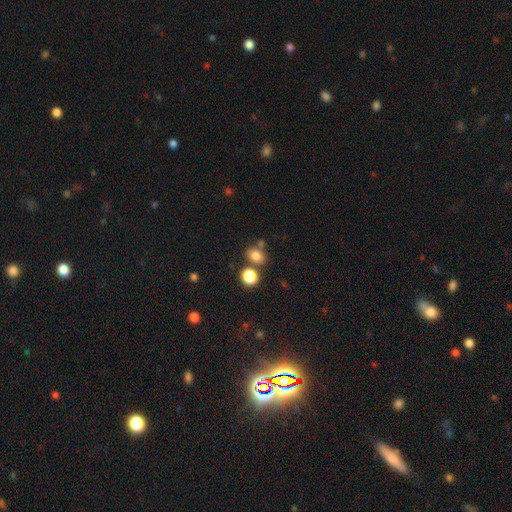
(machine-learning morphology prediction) Smooth or featured?
  - smooth: 81% *
  - star or artifact: 13%
  - featured or disk: 6%
How rounded?
  - in between: 53% *
  - round: 46%
  - cigar-shaped: 1%
Merging?
  - none: 66% *
  - merger: 20%
  - minor disturbance: 11%
  - major disturbance: 4%